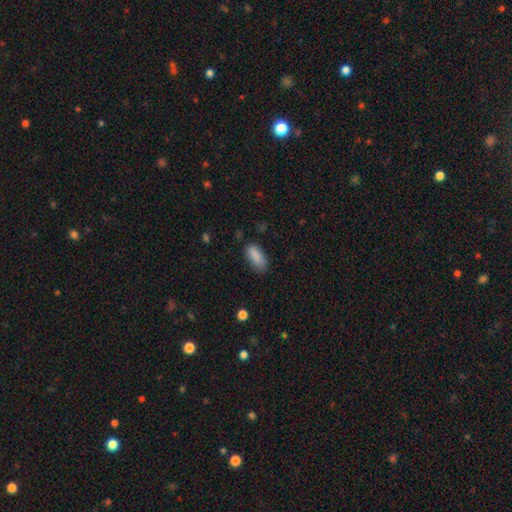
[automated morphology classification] Overall: smooth (87%). How rounded: in between (80%). Merging: none (70%).